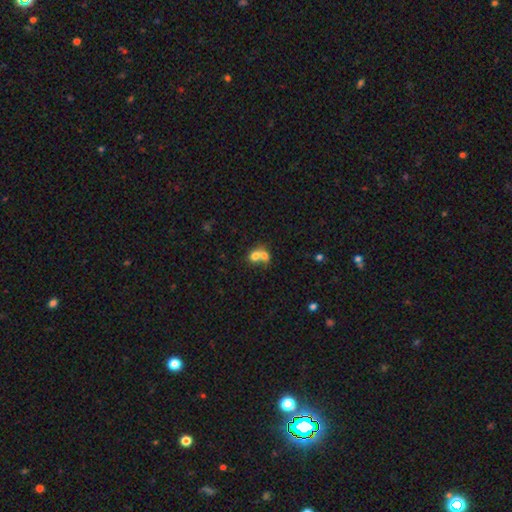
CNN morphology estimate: smooth 71%, featured or disk 19%, star or artifact 10%. Down the decision tree: how rounded — round (51%); merging — merger (74%).